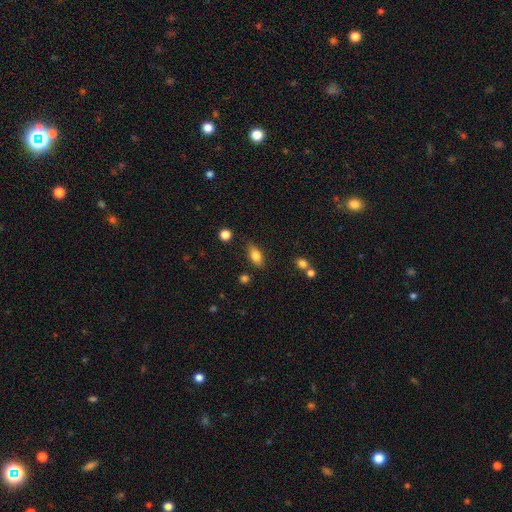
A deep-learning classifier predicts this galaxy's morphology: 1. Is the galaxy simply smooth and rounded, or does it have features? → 80% smooth, 12% featured or disk, 8% star or artifact.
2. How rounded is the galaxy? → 84% in between, 10% cigar-shaped, 6% round.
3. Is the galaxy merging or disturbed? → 81% none, 13% minor disturbance, 3% major disturbance, 3% merger.